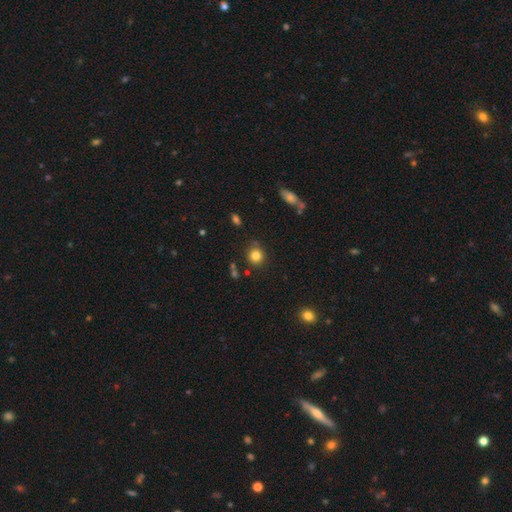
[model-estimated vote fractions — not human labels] Smooth or featured? Predicted: smooth (p=0.82). How rounded? Predicted: round (p=0.86). Merging? Predicted: none (p=0.79).